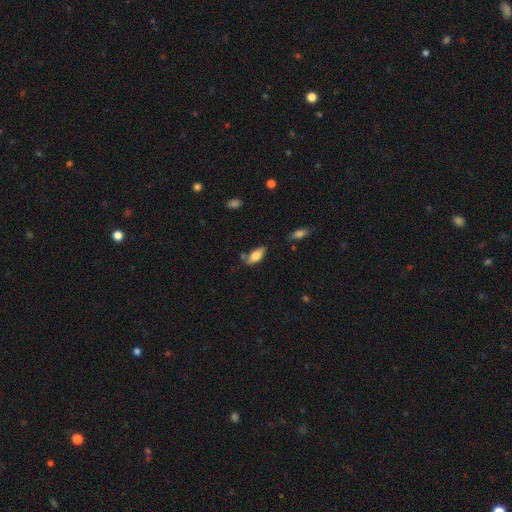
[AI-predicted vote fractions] Morphology: type=smooth (77%); roundness=in between (87%); merging=none (62%).